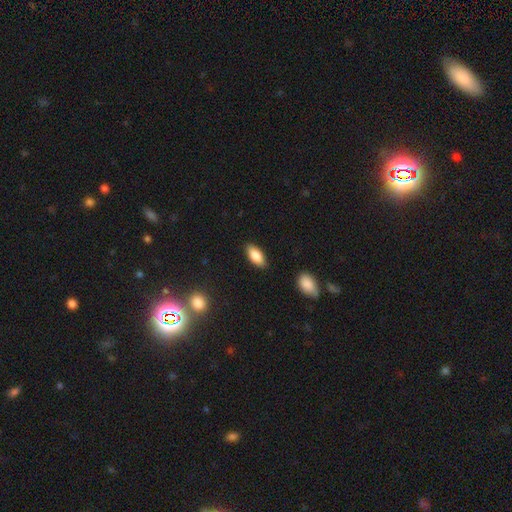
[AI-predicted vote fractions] smooth-or-featured: smooth: 85% | featured or disk: 8% | star or artifact: 6%
  how-rounded: in between: 88% | cigar-shaped: 10% | round: 2%
  merging: none: 87% | minor disturbance: 9% | major disturbance: 2% | merger: 1%